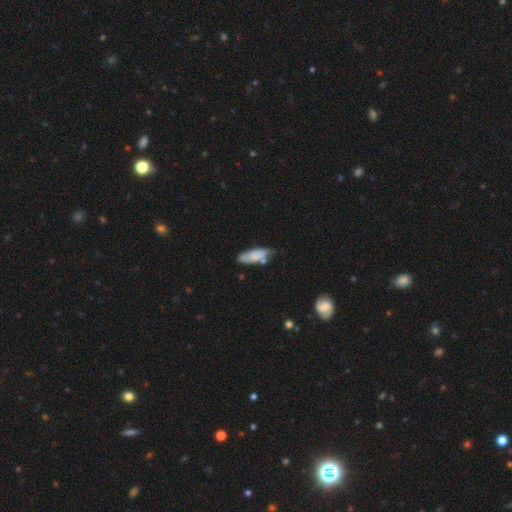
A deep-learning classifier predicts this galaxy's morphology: Smooth or featured?
  - smooth: 71% *
  - featured or disk: 22%
  - star or artifact: 7%
How rounded?
  - in between: 65% *
  - cigar-shaped: 33%
  - round: 2%
Merging?
  - none: 49% *
  - minor disturbance: 32%
  - merger: 10%
  - major disturbance: 9%